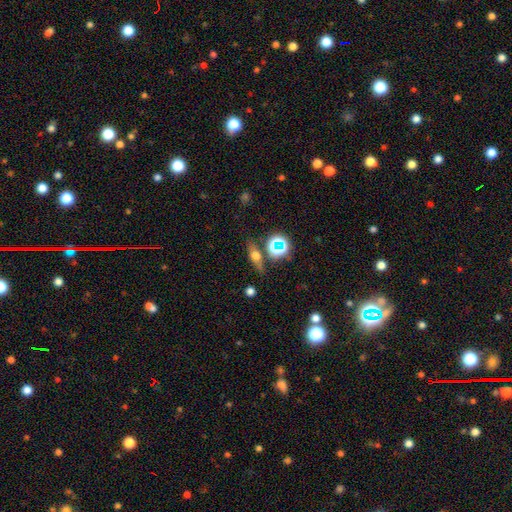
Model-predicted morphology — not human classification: A smooth galaxy with no disk features (45%). Merging: none (75%).